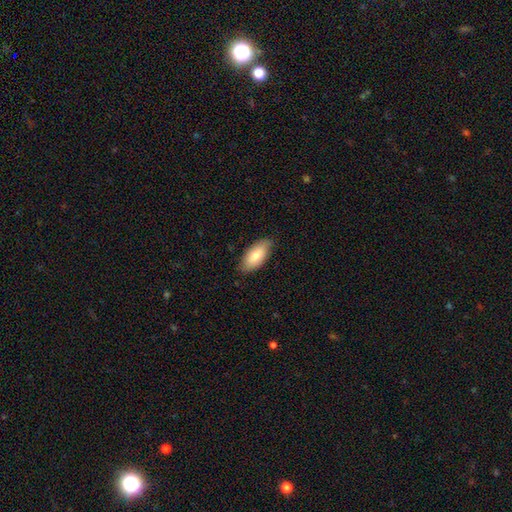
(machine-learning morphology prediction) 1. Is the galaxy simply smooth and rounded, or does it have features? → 75% smooth, 19% featured or disk, 6% star or artifact.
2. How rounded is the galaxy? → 91% in between, 7% cigar-shaped, 2% round.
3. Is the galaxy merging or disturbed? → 81% none, 16% minor disturbance, 2% major disturbance, 1% merger.